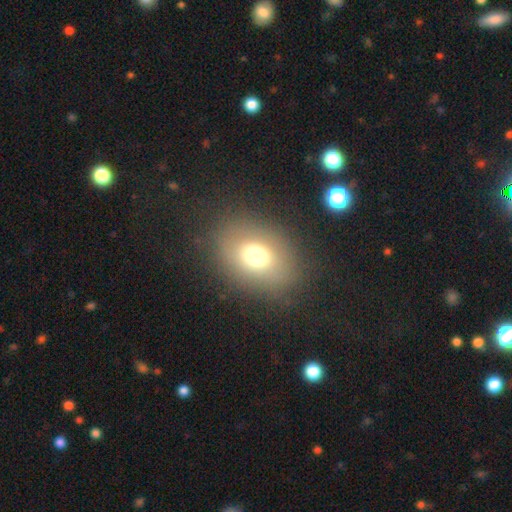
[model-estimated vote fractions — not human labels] This appears to be a smooth galaxy with no disk features (68%) that is in between round and cigar-shaped (67%). Merging: none (80%).